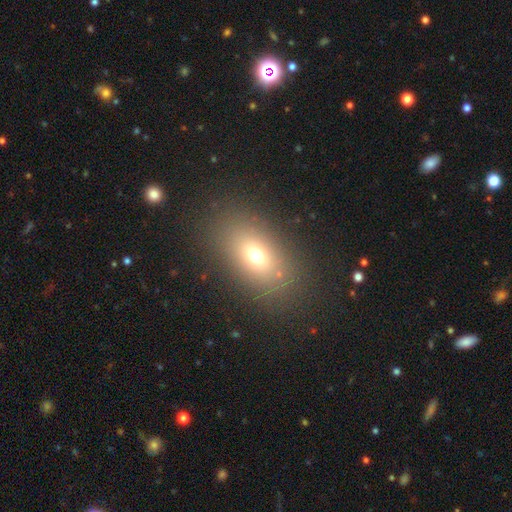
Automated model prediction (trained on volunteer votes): Smooth or featured? Predicted: smooth (p=0.68). How rounded? Predicted: in between (p=0.80). Merging? Predicted: none (p=0.84).